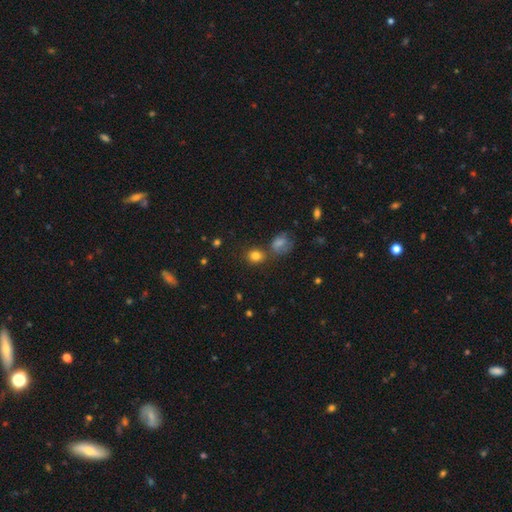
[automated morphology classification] Smooth or featured?
  - smooth: 81% *
  - star or artifact: 12%
  - featured or disk: 7%
How rounded?
  - round: 68% *
  - in between: 30%
  - cigar-shaped: 1%
Merging?
  - none: 68% *
  - merger: 16%
  - minor disturbance: 12%
  - major disturbance: 4%